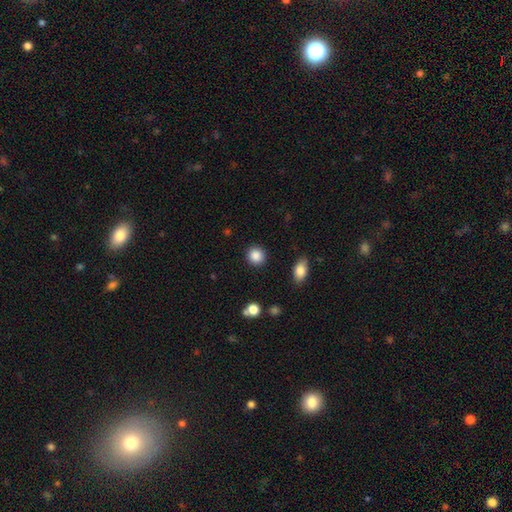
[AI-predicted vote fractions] This is clearly a smooth galaxy (88%). How rounded: clearly round (89%). Merging: clearly none (90%).